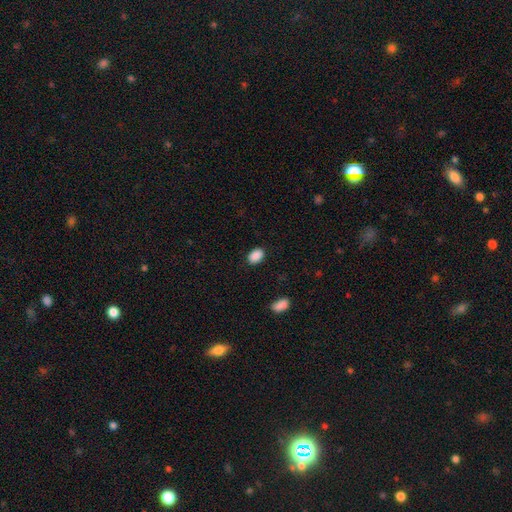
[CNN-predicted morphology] Overall: smooth (89%). How rounded: in between (85%). Merging: none (87%).